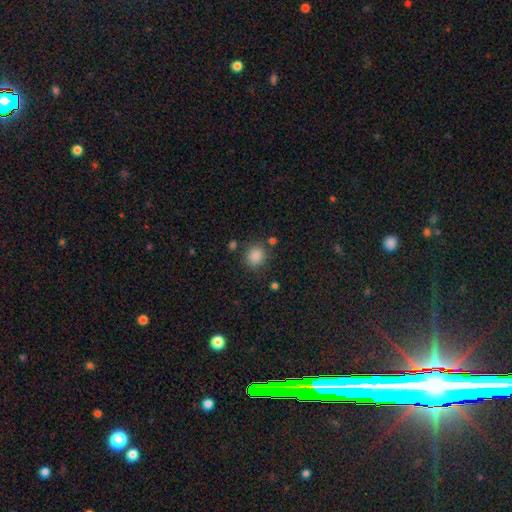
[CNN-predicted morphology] Smooth or featured: smooth — 85% (star or artifact — 11%)
How rounded: round — 73% (in between — 26%)
Merging: none — 80% (minor disturbance — 12%)